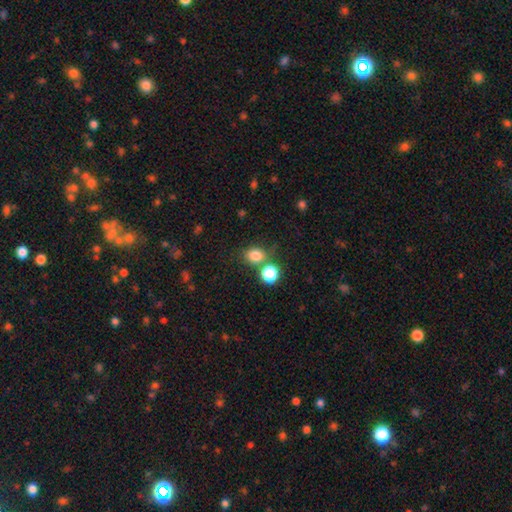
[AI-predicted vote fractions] Smooth or featured: smooth — 81% (star or artifact — 13%)
How rounded: round — 58% (in between — 41%)
Merging: none — 62% (merger — 21%)